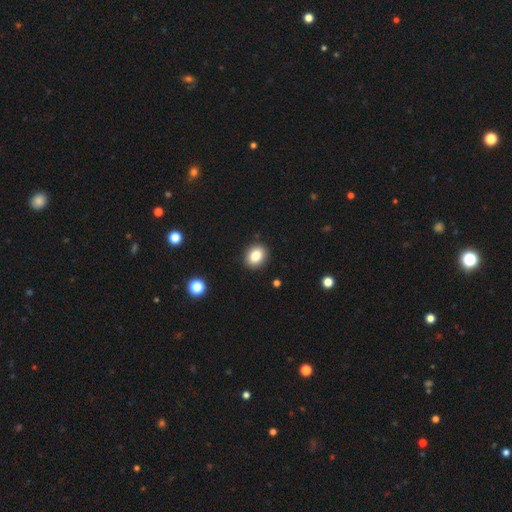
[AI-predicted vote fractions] smooth_or_featured: smooth (p=0.84) [alt: star or artifact p=0.10]
how_rounded: in between (p=0.51) [alt: round p=0.48]
merging: none (p=0.90) [alt: minor disturbance p=0.07]